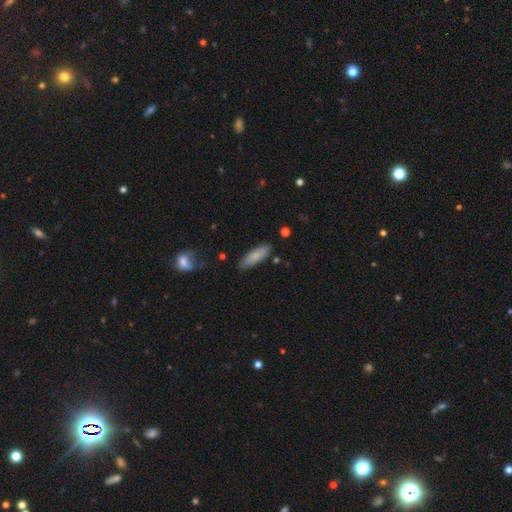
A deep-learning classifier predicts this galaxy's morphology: A smooth galaxy with no disk features (83%) that is cigar-shaped (51%).

Vote fractions:
- Smooth or featured? smooth: 83% / featured or disk: 11% / star or artifact: 6%
- How rounded? cigar-shaped: 51% / in between: 47% / round: 2%
- Merging? none: 83% / minor disturbance: 12% / major disturbance: 3% / merger: 2%